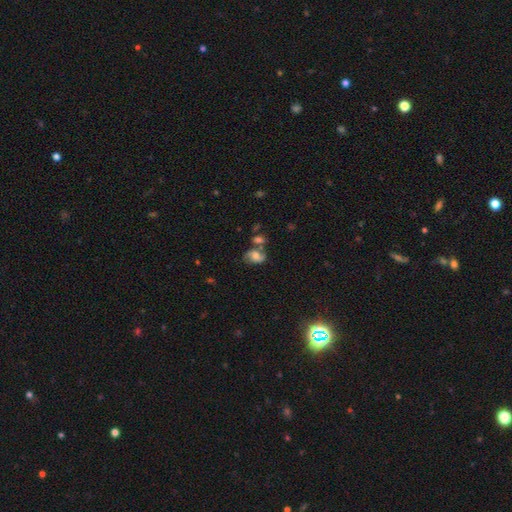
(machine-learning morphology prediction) Smooth or featured: featured or disk — 47% (smooth — 42%)
Merging: none — 44% (merger — 28%)